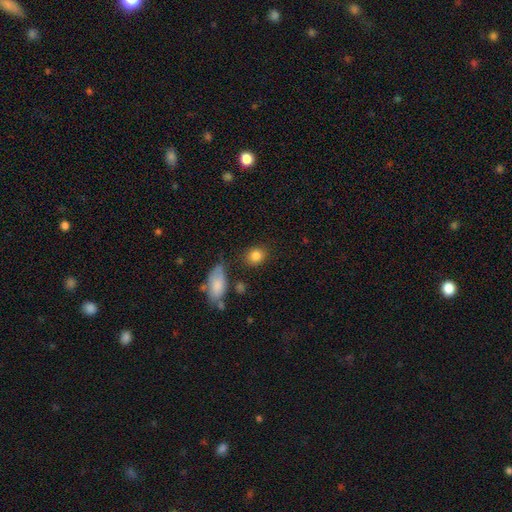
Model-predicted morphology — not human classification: smooth-or-featured: smooth: 85% | star or artifact: 9% | featured or disk: 6%
  how-rounded: round: 65% | in between: 33% | cigar-shaped: 2%
  merging: none: 78% | minor disturbance: 12% | merger: 5% | major disturbance: 4%